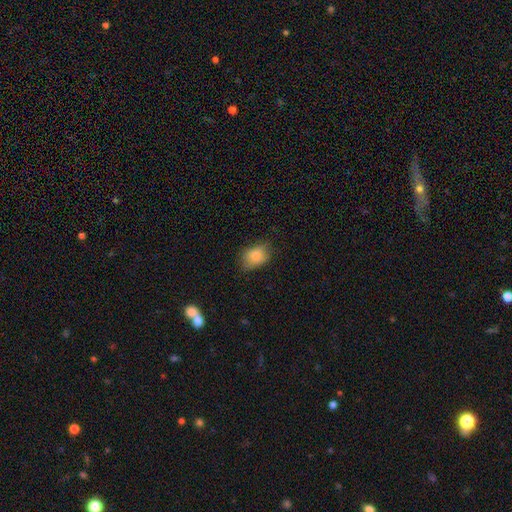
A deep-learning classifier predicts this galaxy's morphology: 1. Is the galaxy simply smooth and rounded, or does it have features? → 85% smooth, 8% star or artifact, 7% featured or disk.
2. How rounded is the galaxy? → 77% in between, 22% round, 1% cigar-shaped.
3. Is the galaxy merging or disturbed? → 67% none, 25% minor disturbance, 6% major disturbance, 2% merger.